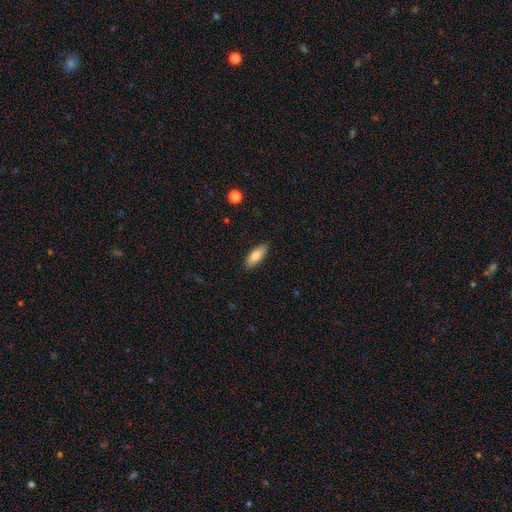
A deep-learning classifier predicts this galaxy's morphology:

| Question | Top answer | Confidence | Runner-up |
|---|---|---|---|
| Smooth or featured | smooth | 81% | featured or disk (12%) |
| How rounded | in between | 73% | cigar-shaped (25%) |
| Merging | none | 87% | minor disturbance (10%) |